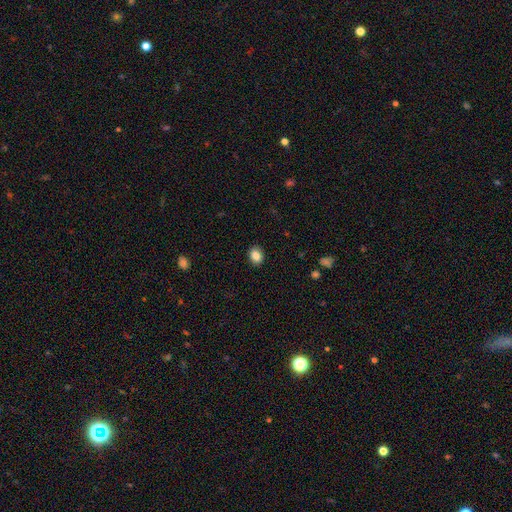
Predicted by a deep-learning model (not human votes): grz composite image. It shows a smooth galaxy with no disk features (86%) that is in between round and cigar-shaped (59%). Merging: none (89%).